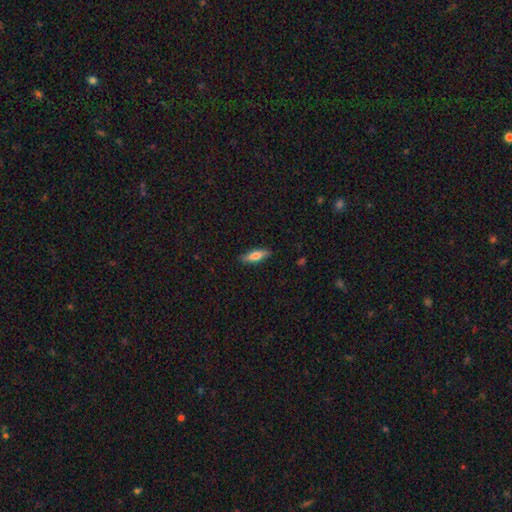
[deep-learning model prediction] Overall: smooth (70%). How rounded: in between (49%, tied with cigar-shaped). Merging: none (87%).